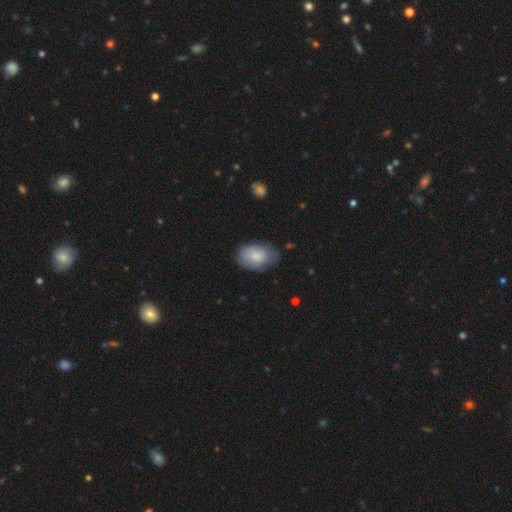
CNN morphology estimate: smooth_or_featured: smooth (p=0.80) [alt: featured or disk p=0.14]
how_rounded: in between (p=0.90) [alt: round p=0.08]
merging: none (p=0.68) [alt: minor disturbance p=0.25]